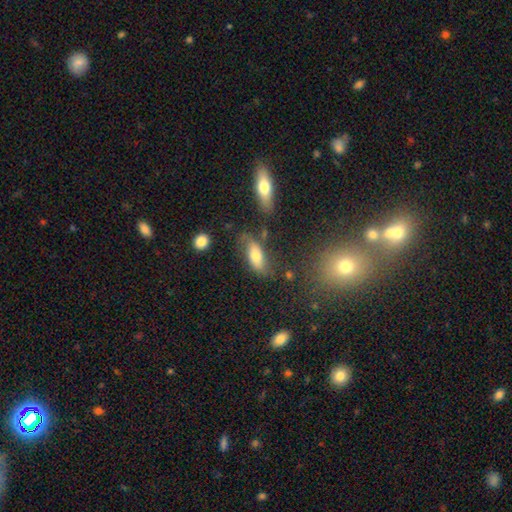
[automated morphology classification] A smooth galaxy with no disk features (69%) that is in between round and cigar-shaped (78%).

Vote fractions:
- Smooth or featured? smooth: 69% / featured or disk: 22% / star or artifact: 9%
- How rounded? in between: 78% / cigar-shaped: 18% / round: 4%
- Merging? none: 59% / minor disturbance: 23% / major disturbance: 10% / merger: 8%